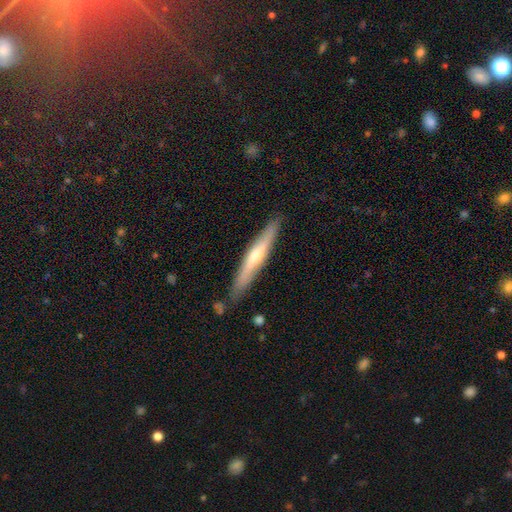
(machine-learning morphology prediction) Smooth or featured? featured or disk (56%)
Edge-on disk? yes (91%)
Edge-on bulge? rounded (76%)
Merging? none (85%)